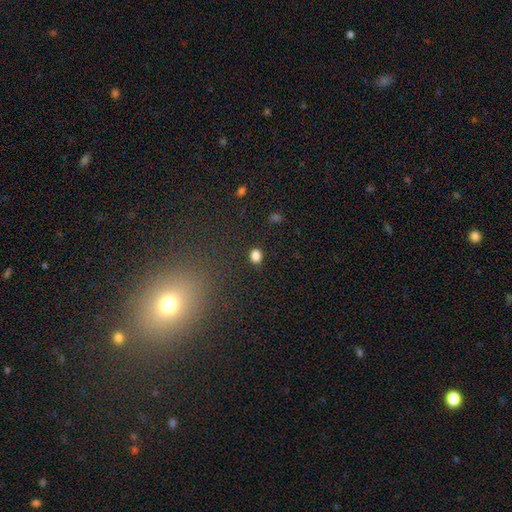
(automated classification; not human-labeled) smooth 84%, star or artifact 12%, featured or disk 4%. Down the decision tree: how rounded — round (60%); merging — none (87%).